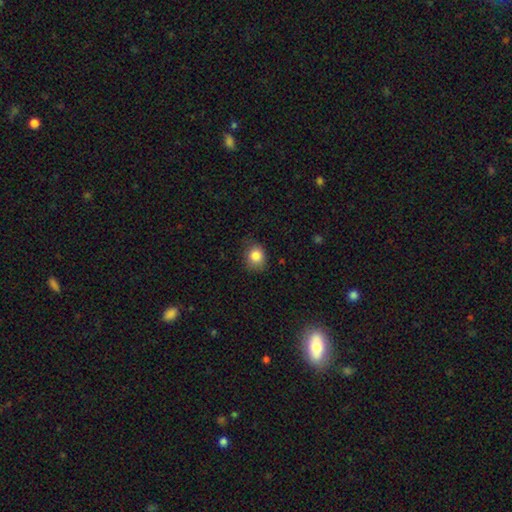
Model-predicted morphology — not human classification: A smooth galaxy with no disk features (84%) that is round (65%).

Vote fractions:
- Smooth or featured? smooth: 84% / star or artifact: 10% / featured or disk: 6%
- How rounded? round: 65% / in between: 34% / cigar-shaped: 1%
- Merging? none: 75% / minor disturbance: 20% / major disturbance: 4% / merger: 1%